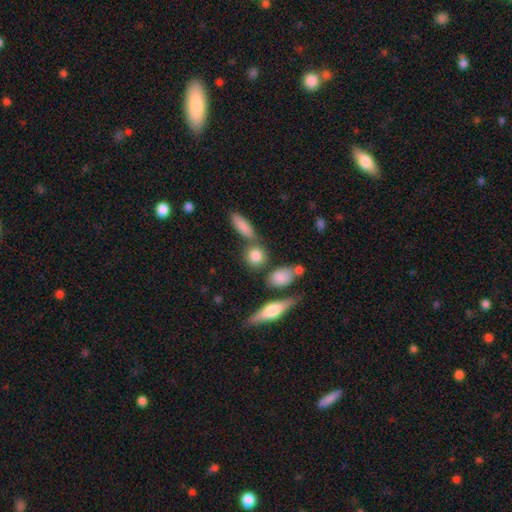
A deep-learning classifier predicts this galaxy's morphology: A smooth galaxy with no disk features (82%) that is round (68%). Merging: none (65%).